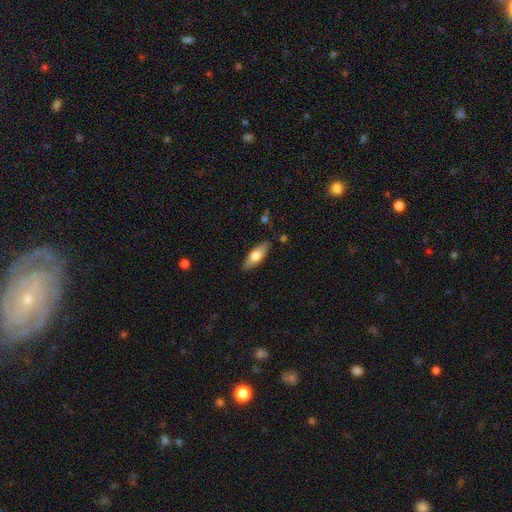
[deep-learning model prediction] Q: Smooth or featured?
A: smooth (66%); runner-up: featured or disk (28%)
Q: How rounded?
A: in between (65%); runner-up: cigar-shaped (33%)
Q: Merging?
A: none (86%); runner-up: minor disturbance (10%)